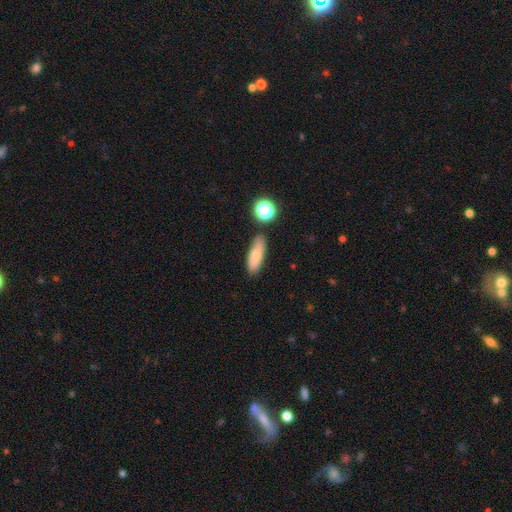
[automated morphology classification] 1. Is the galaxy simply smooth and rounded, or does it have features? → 75% smooth, 16% featured or disk, 9% star or artifact.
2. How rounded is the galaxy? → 66% in between, 30% cigar-shaped, 4% round.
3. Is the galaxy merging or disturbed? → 78% none, 14% minor disturbance, 5% merger, 3% major disturbance.